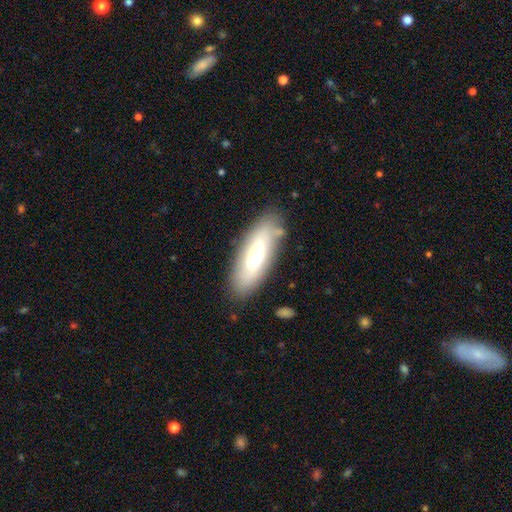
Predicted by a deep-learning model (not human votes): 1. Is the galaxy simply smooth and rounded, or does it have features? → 63% smooth, 30% featured or disk, 7% star or artifact.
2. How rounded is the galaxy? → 62% in between, 36% cigar-shaped, 2% round.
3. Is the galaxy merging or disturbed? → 80% none, 14% minor disturbance, 4% major disturbance, 3% merger.